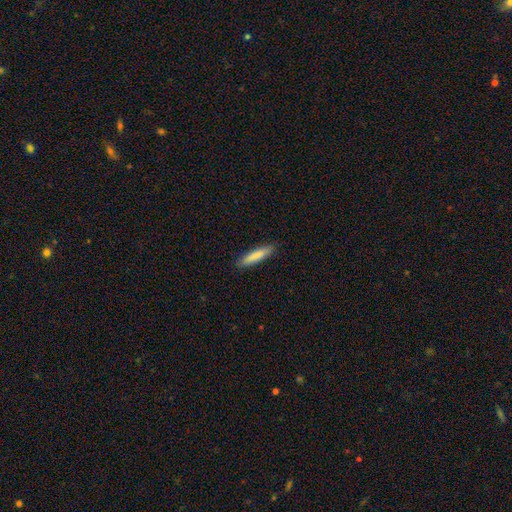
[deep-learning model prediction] This is clearly a smooth galaxy (85%). How rounded: clearly cigar-shaped (84%). Merging: clearly none (89%).